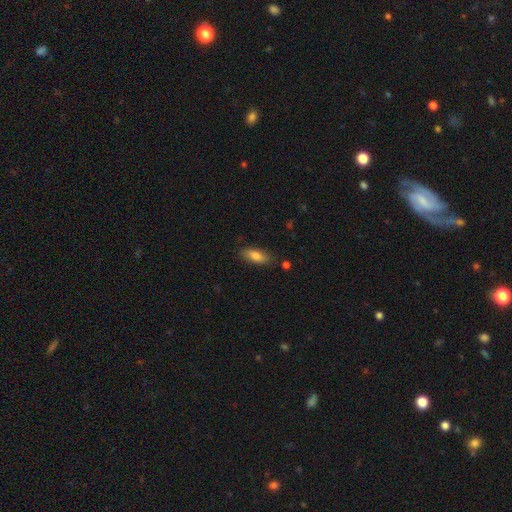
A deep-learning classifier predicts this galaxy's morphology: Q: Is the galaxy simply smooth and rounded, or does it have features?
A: smooth — 80%.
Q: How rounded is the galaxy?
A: in between — 76%.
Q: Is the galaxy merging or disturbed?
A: none — 80%.